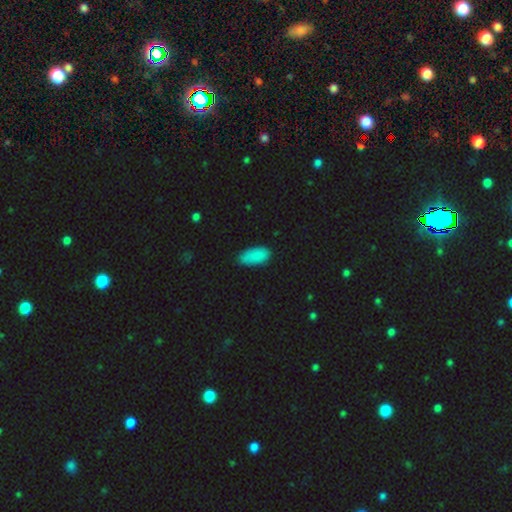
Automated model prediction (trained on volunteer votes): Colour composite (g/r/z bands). It shows a smooth galaxy with no disk features (88%) that is in between round and cigar-shaped (89%). Merging: none (75%).